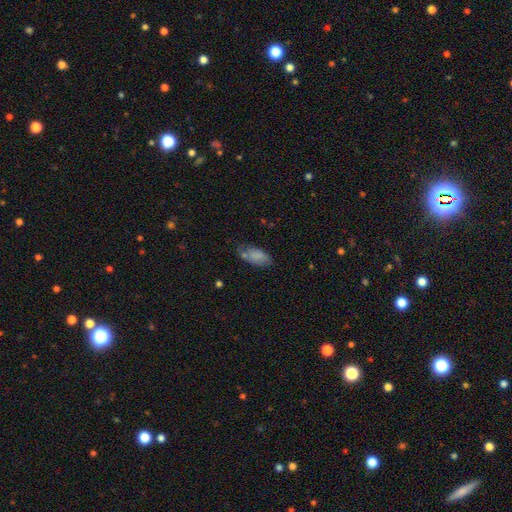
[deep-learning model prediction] Q: Smooth or featured?
A: smooth (77%); runner-up: featured or disk (15%)
Q: How rounded?
A: in between (90%); runner-up: cigar-shaped (8%)
Q: Merging?
A: none (57%); runner-up: minor disturbance (29%)